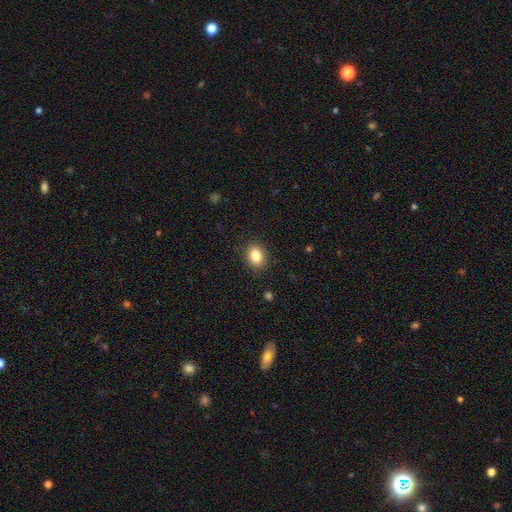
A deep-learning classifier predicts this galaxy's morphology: Smooth or featured?
  - smooth: 85% *
  - star or artifact: 9%
  - featured or disk: 6%
How rounded?
  - in between: 63% *
  - round: 36%
  - cigar-shaped: 1%
Merging?
  - none: 88% *
  - minor disturbance: 9%
  - major disturbance: 3%
  - merger: 1%